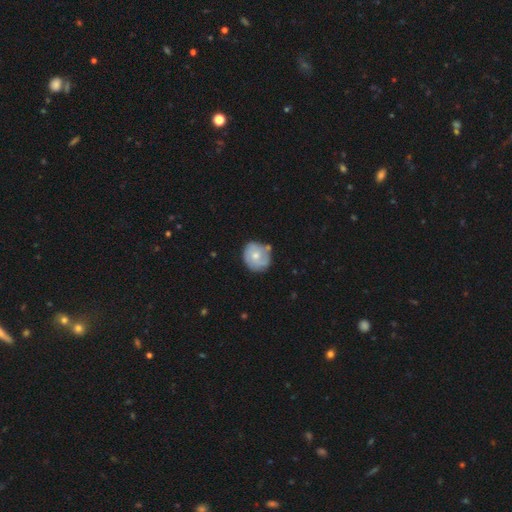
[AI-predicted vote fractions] The model was most divided on "smooth or featured": featured or disk: 49%, smooth: 45%, star or artifact: 6%. More confident: merging — none (65%).